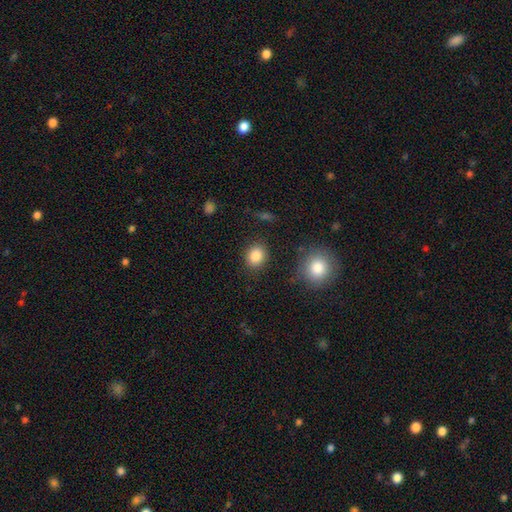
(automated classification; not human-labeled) smooth 86%, star or artifact 9%, featured or disk 5%. Down the decision tree: how rounded — round (65%); merging — none (85%).